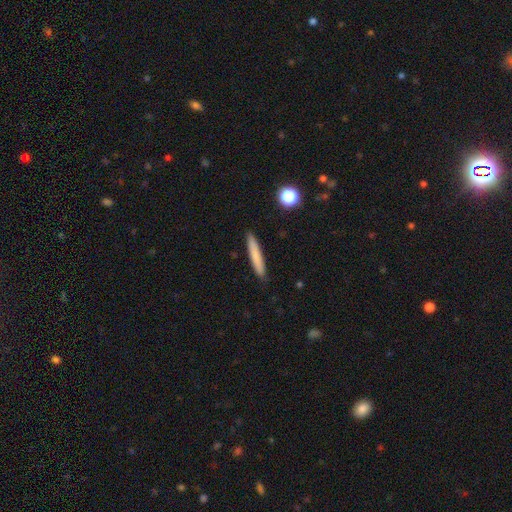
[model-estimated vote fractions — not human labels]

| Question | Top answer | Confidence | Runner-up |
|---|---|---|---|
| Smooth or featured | smooth | 78% | featured or disk (16%) |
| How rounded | cigar-shaped | 94% | in between (4%) |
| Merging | none | 91% | minor disturbance (7%) |